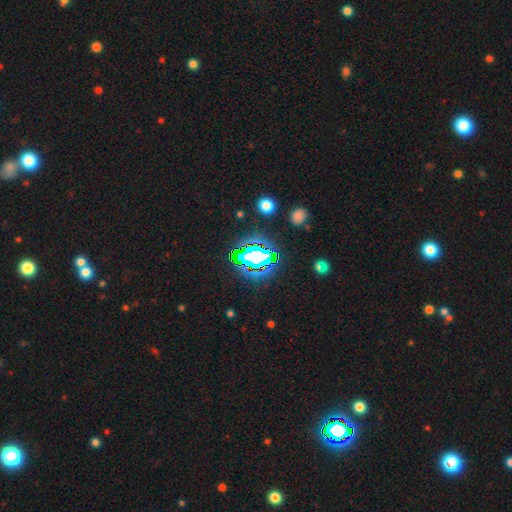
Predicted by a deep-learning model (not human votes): Smooth or featured?
  - star or artifact: 67% *
  - smooth: 18%
  - featured or disk: 15%